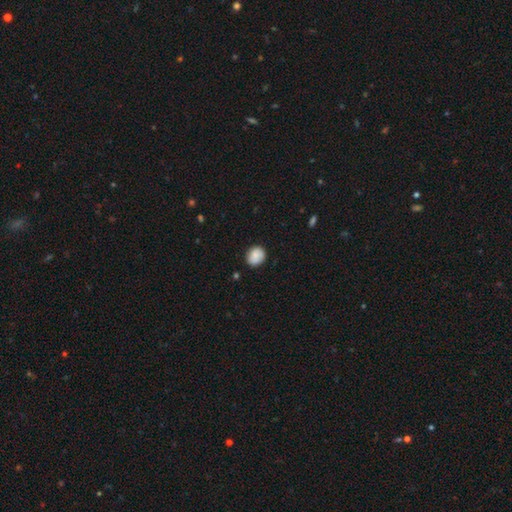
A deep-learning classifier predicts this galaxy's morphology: Smooth or featured: smooth — 83% (featured or disk — 9%)
How rounded: round — 67% (in between — 32%)
Merging: none — 81% (minor disturbance — 15%)